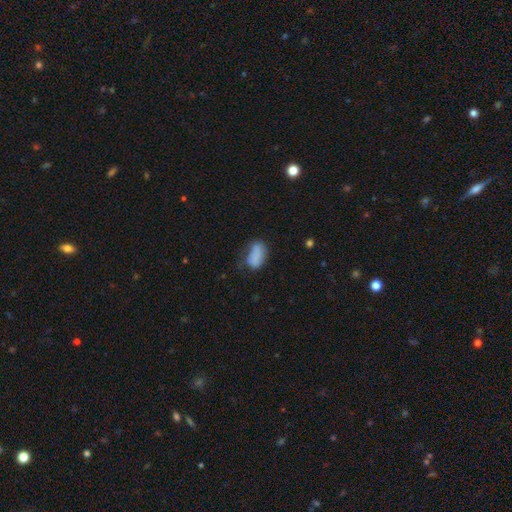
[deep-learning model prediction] This appears to be a smooth galaxy with no disk features (80%) that is in between round and cigar-shaped (91%). Merging: none (46%).